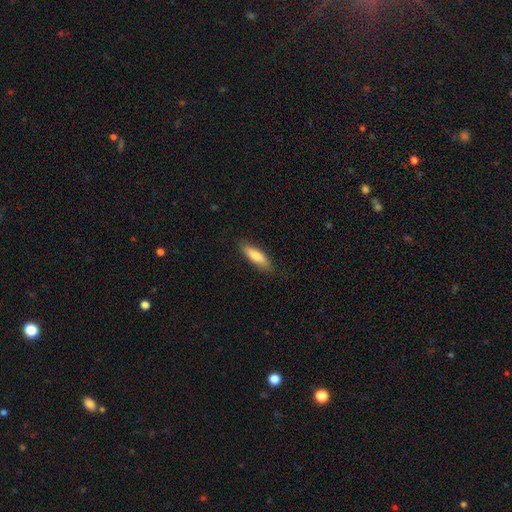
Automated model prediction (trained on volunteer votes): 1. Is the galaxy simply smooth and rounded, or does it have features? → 79% smooth, 15% featured or disk, 6% star or artifact.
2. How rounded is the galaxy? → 54% cigar-shaped, 45% in between, 2% round.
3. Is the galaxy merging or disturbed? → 84% none, 13% minor disturbance, 2% major disturbance, 1% merger.